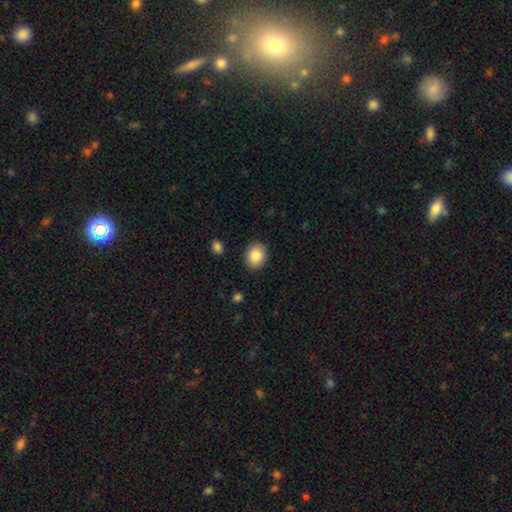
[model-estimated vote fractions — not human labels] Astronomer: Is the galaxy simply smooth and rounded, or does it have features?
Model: smooth — 85%.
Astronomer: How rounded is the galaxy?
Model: round — 53% (runner-up: in between, 46%).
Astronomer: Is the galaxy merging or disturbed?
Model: none — 90%.